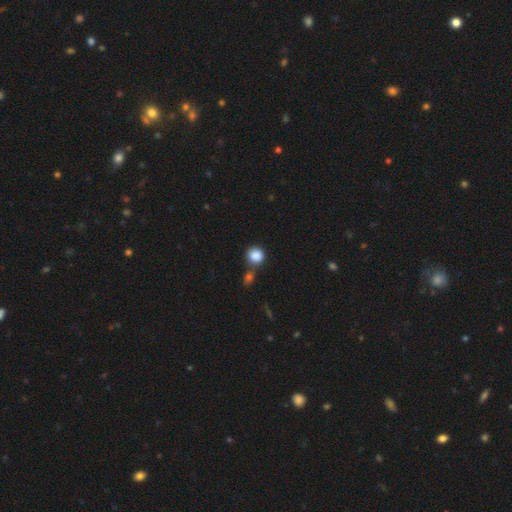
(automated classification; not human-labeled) Smooth or featured?
  - smooth: 87% *
  - star or artifact: 9%
  - featured or disk: 4%
How rounded?
  - round: 89% *
  - in between: 10%
  - cigar-shaped: 1%
Merging?
  - none: 62% *
  - merger: 22%
  - minor disturbance: 11%
  - major disturbance: 4%